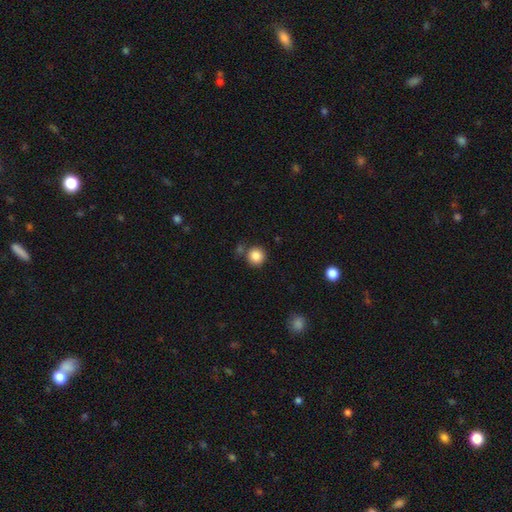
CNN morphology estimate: Smooth or featured: smooth — 86% (star or artifact — 10%)
How rounded: round — 94% (in between — 5%)
Merging: none — 80% (minor disturbance — 9%)